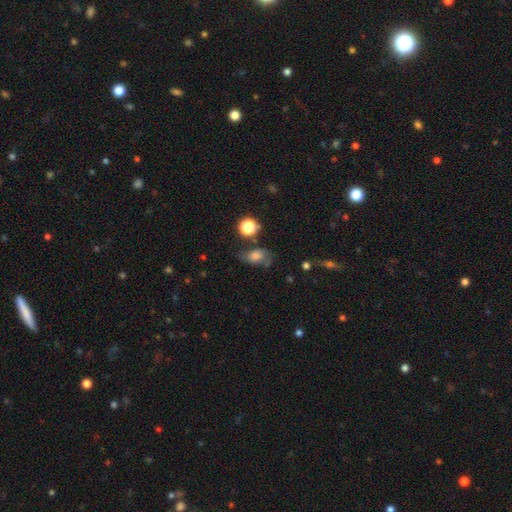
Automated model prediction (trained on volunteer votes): The model was most divided on "merging": none: 48%, minor disturbance: 28%, major disturbance: 17%, merger: 7%. More confident: how rounded — in between (74%); smooth or featured — smooth (61%).